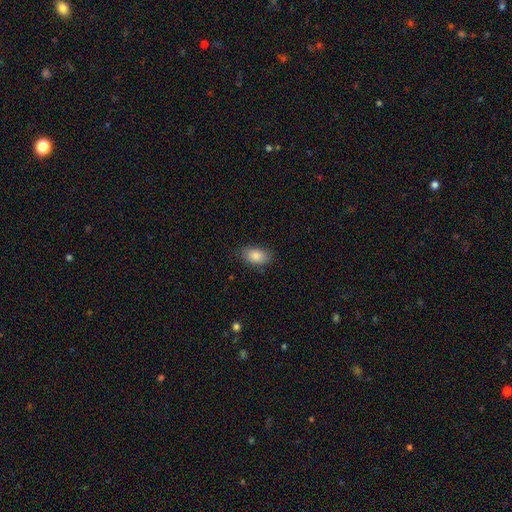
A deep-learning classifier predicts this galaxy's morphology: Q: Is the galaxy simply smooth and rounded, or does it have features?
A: smooth — 85%.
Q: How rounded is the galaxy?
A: in between — 90%.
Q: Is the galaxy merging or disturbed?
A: none — 80%.